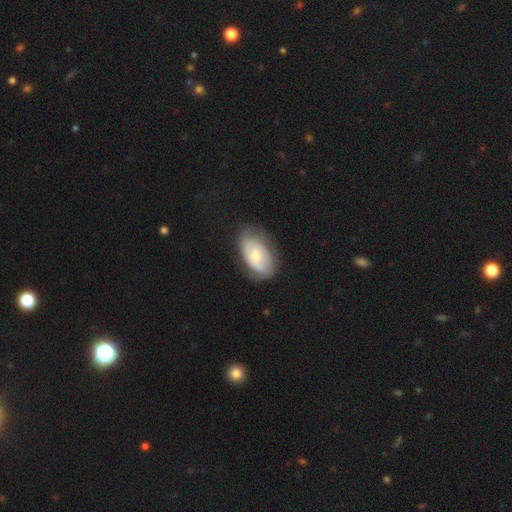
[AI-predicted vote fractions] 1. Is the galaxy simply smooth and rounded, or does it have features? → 51% smooth, 42% featured or disk, 6% star or artifact.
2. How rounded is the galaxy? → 92% in between, 6% round, 2% cigar-shaped.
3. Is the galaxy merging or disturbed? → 63% none, 26% minor disturbance, 9% major disturbance, 2% merger.